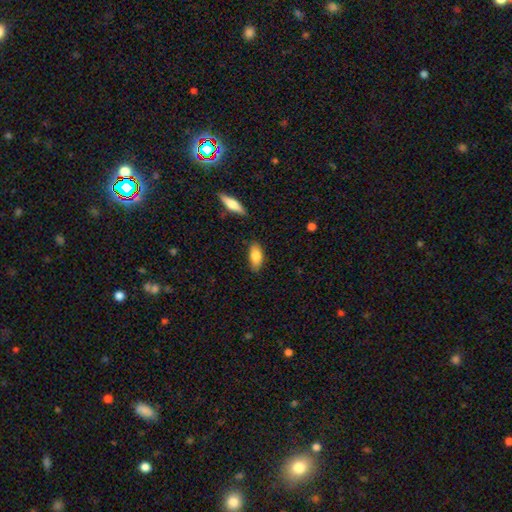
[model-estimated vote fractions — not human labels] Overall: smooth (80%). How rounded: in between (83%). Merging: none (82%).